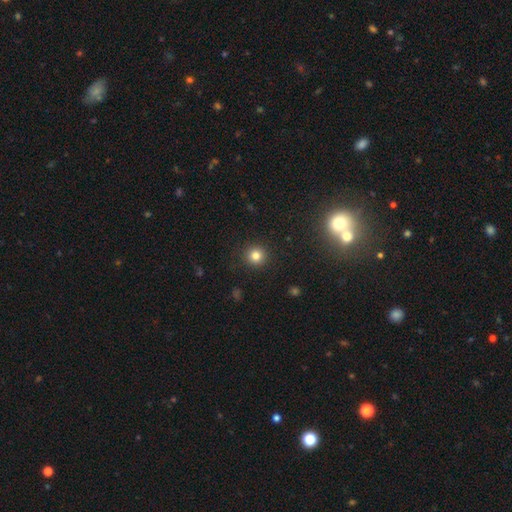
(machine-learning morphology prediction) smooth_or_featured: smooth (p=0.81) [alt: star or artifact p=0.13]
how_rounded: round (p=0.94) [alt: in between p=0.05]
merging: none (p=0.92) [alt: minor disturbance p=0.05]